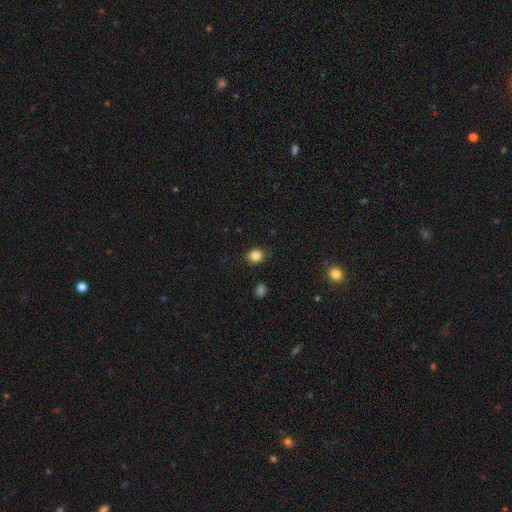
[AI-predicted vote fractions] Overall: smooth (84%). How rounded: round (62%; in between 37%). Merging: none (87%).